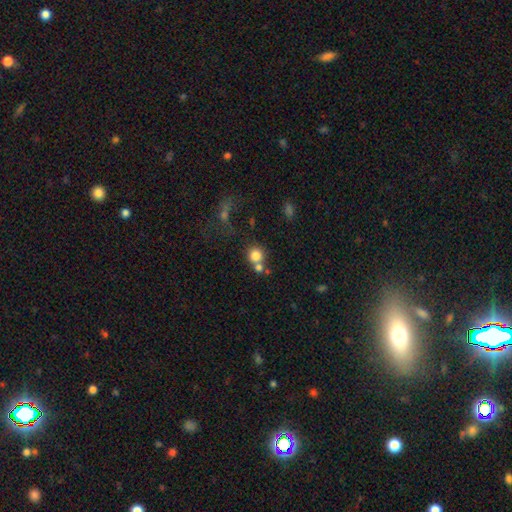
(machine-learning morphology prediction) Smooth or featured?
  - smooth: 80% *
  - star or artifact: 11%
  - featured or disk: 9%
How rounded?
  - round: 89% *
  - in between: 10%
  - cigar-shaped: 1%
Merging?
  - none: 52% *
  - merger: 35%
  - minor disturbance: 8%
  - major disturbance: 4%